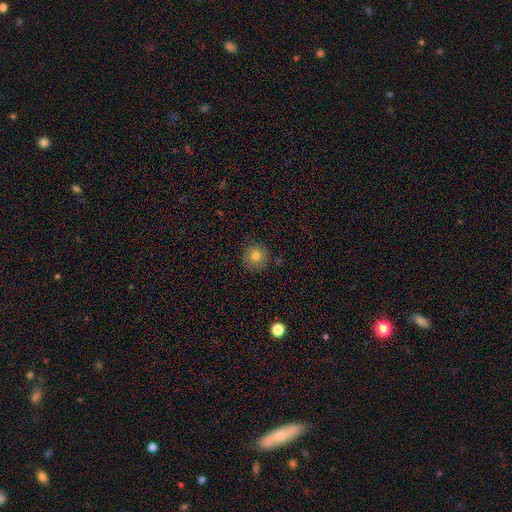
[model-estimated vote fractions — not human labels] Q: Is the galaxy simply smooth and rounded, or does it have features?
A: smooth — 80%.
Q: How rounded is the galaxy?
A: round — 93%.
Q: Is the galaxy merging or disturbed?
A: none — 87%.